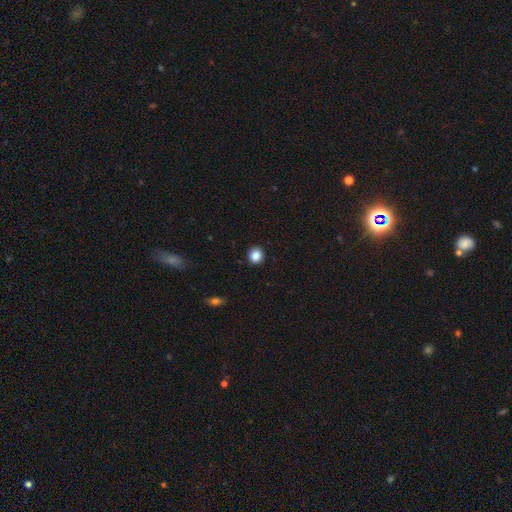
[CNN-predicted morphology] smooth-or-featured: smooth: 87% | star or artifact: 10% | featured or disk: 3%
  how-rounded: round: 84% | in between: 15% | cigar-shaped: 1%
  merging: none: 92% | minor disturbance: 5% | major disturbance: 2% | merger: 1%